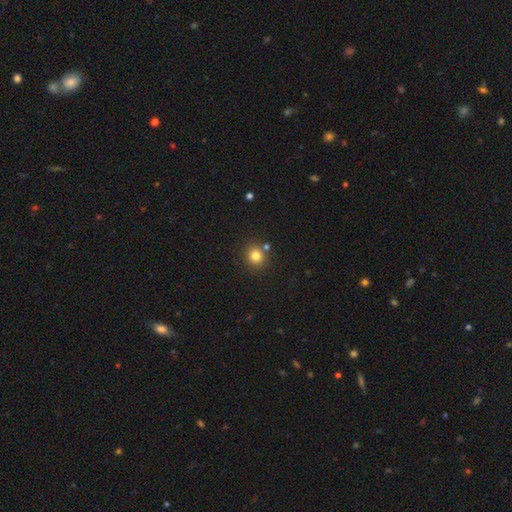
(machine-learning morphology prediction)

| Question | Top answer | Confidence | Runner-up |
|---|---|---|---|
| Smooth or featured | smooth | 81% | star or artifact (13%) |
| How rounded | round | 86% | in between (13%) |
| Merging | none | 79% | merger (10%) |